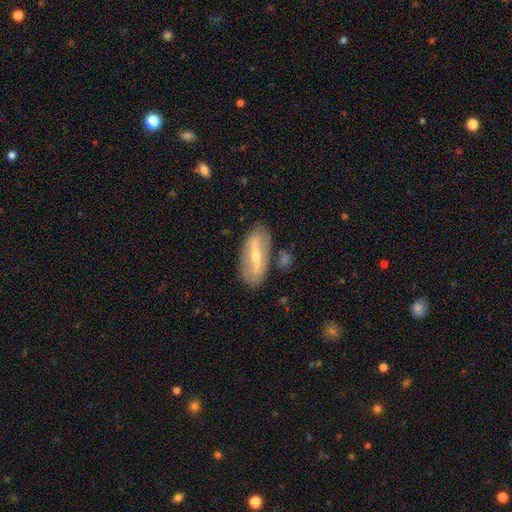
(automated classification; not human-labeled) Overall: featured or disk (68%). Edge-on disk: no (73%). Merging: none (80%).